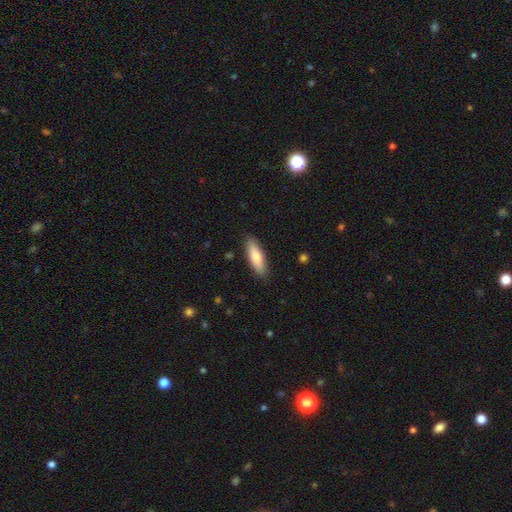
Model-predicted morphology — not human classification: A smooth galaxy with no disk features (73%) that is cigar-shaped (50%). Merging: none (88%).